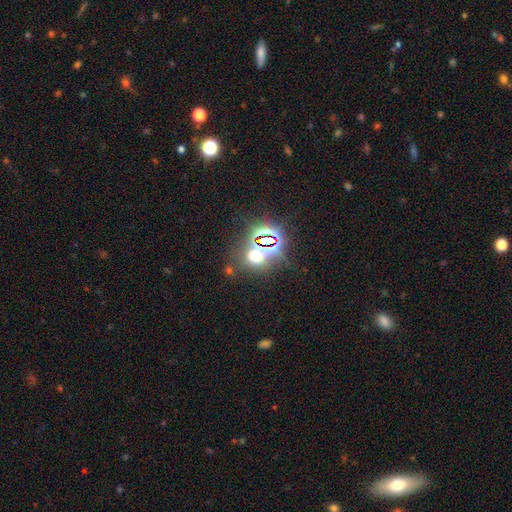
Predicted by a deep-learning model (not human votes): A star or artifact, not a galaxy (52%).

Vote fractions:
- Smooth or featured? star or artifact: 52% / smooth: 39% / featured or disk: 9%